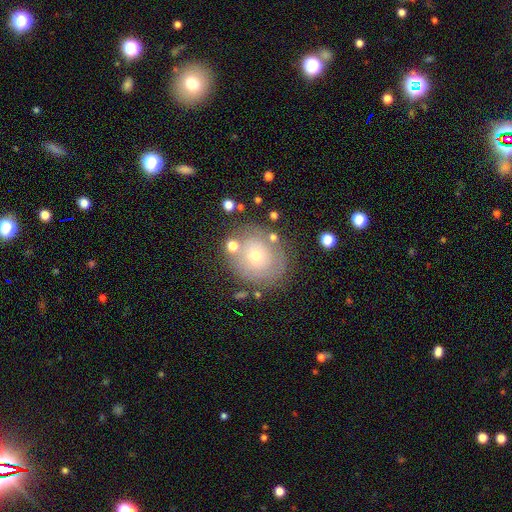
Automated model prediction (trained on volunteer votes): Smooth or featured? Predicted: smooth (p=0.51). How rounded? Predicted: round (p=0.78). Merging? Predicted: none (p=0.74).